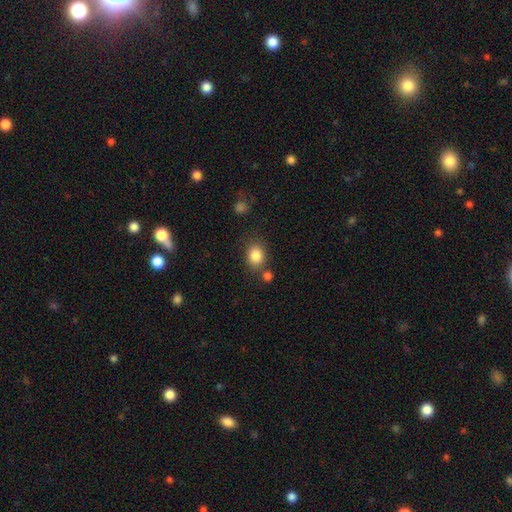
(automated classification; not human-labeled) This is clearly a smooth galaxy (85%). How rounded: possibly round (53%). Merging: likely none (73%).